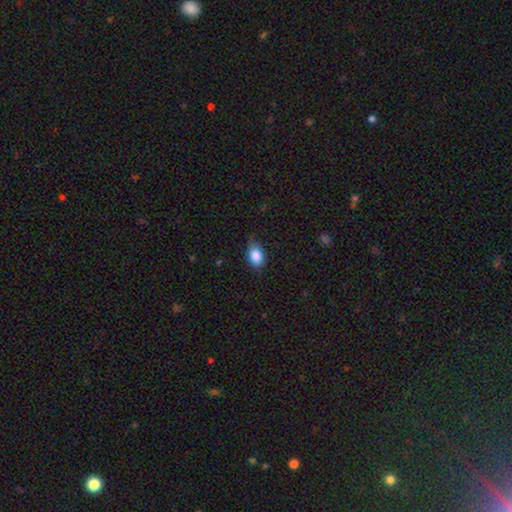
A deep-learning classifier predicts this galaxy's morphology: A smooth galaxy with no disk features (86%) that is in between round and cigar-shaped (84%).

Vote fractions:
- Smooth or featured? smooth: 86% / star or artifact: 8% / featured or disk: 7%
- How rounded? in between: 84% / round: 15% / cigar-shaped: 2%
- Merging? none: 69% / minor disturbance: 26% / major disturbance: 4% / merger: 1%